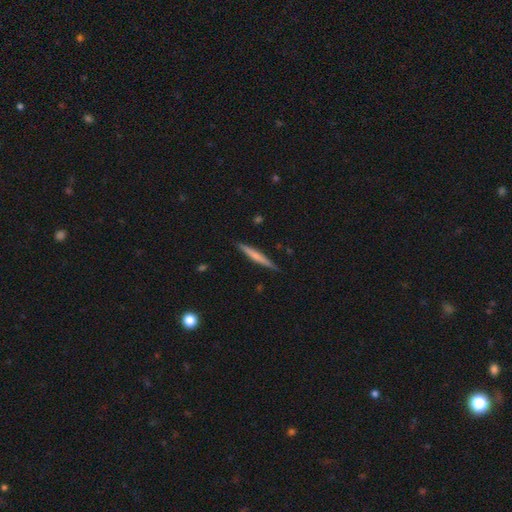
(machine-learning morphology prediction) The model was most divided on "smooth or featured": smooth: 52%, featured or disk: 42%, star or artifact: 5%. More confident: how rounded — cigar-shaped (96%); merging — none (89%).